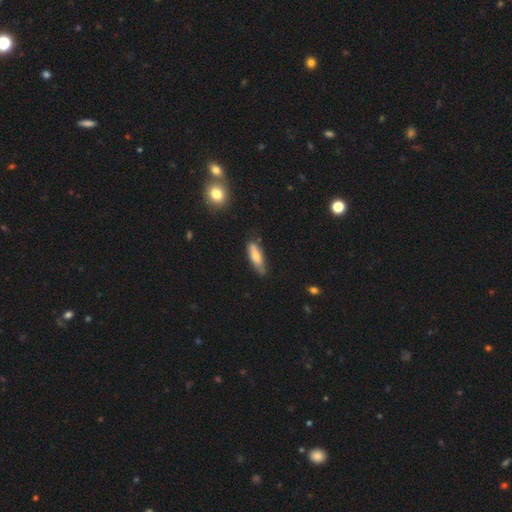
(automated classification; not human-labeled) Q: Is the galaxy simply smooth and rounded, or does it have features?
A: smooth — 65%.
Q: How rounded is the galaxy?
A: cigar-shaped — 55%.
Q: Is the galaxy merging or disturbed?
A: none — 68%.